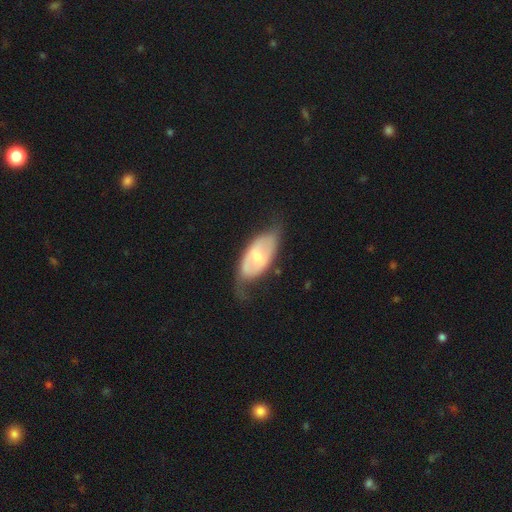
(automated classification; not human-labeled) Q: Smooth or featured?
A: featured or disk (60%); runner-up: smooth (33%)
Q: Edge-on disk?
A: no (85%); runner-up: yes (15%)
Q: Bar?
A: weak (44%); runner-up: no (37%)
Q: Spiral arms?
A: yes (59%); runner-up: no (41%)
Q: Bulge size?
A: small (45%); runner-up: moderate (43%)
Q: Merging?
A: none (50%); runner-up: minor disturbance (29%)